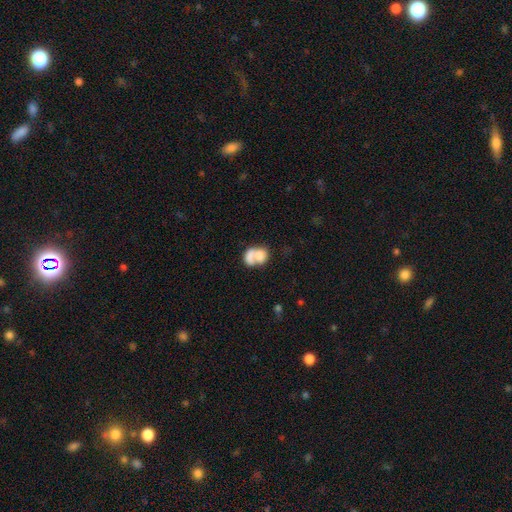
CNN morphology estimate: Smooth or featured? smooth (65%)
How rounded? in between (59%)
Merging? merger (64%)